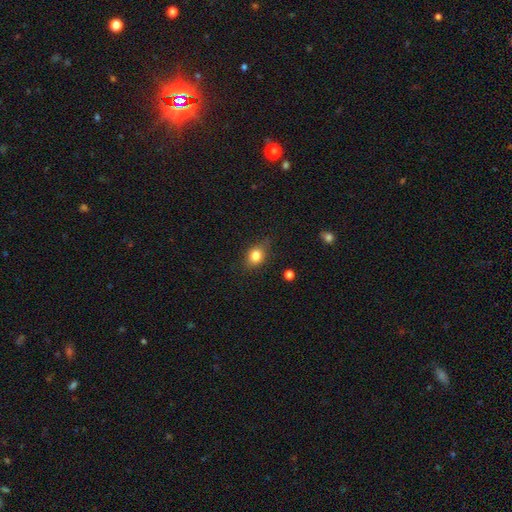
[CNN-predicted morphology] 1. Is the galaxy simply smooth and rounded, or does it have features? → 81% smooth, 10% star or artifact, 9% featured or disk.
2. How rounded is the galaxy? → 56% in between, 42% round, 2% cigar-shaped.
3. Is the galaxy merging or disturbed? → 76% none, 18% minor disturbance, 4% major disturbance, 2% merger.